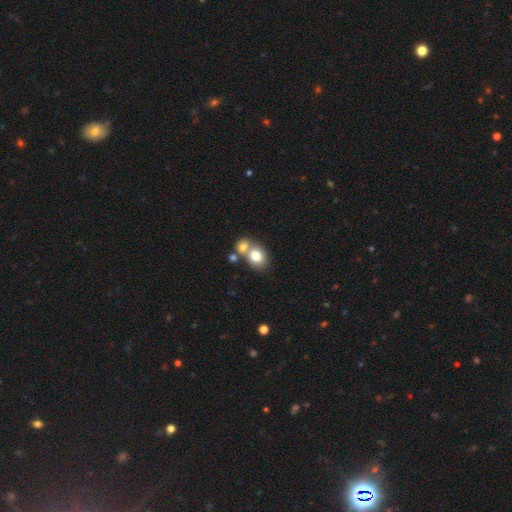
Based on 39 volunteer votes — smooth-or-featured: smooth: 85% | featured or disk: 10% | star or artifact: 5%
  how-rounded: in between: 52% | round: 45% | cigar-shaped: 3%
  merging: merger: 46% | none: 38% | minor disturbance: 16% | major disturbance: 0%